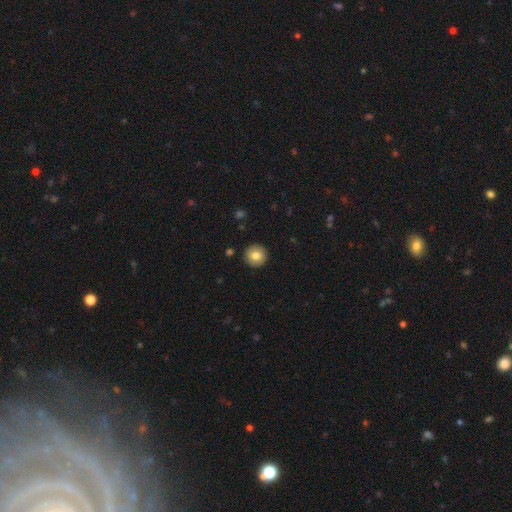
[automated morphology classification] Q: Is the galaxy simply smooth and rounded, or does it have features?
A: smooth — 78%.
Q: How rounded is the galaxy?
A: round — 95%.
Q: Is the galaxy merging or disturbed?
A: none — 92%.